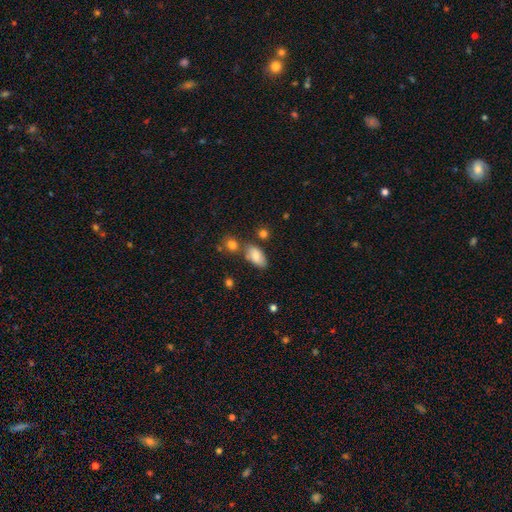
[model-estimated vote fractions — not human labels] smooth 78%, featured or disk 14%, star or artifact 8%. Down the decision tree: how rounded — in between (92%); merging — none (66%).